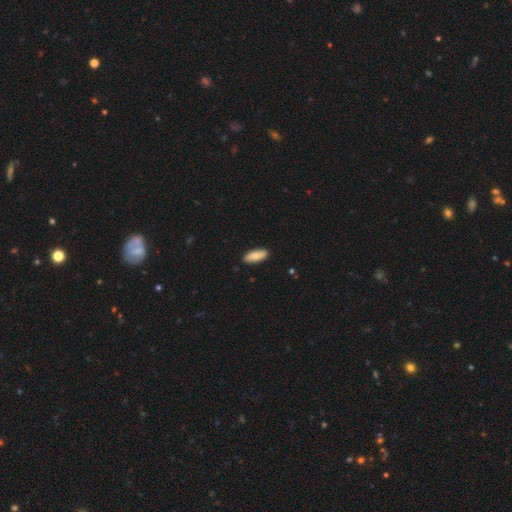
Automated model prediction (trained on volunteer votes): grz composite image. It shows a smooth galaxy with no disk features (78%) that is in between round and cigar-shaped (72%). Merging: none (88%).